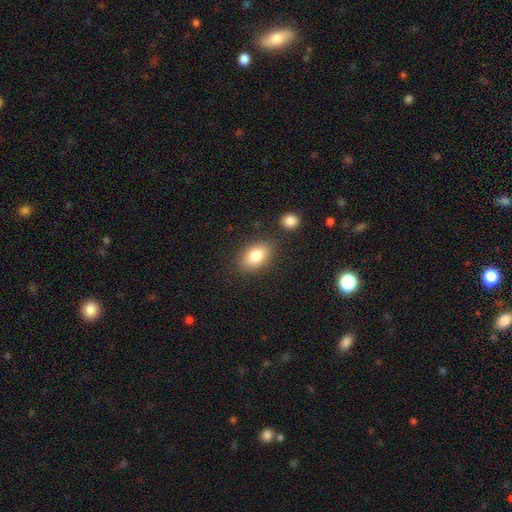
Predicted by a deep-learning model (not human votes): The model was most divided on "merging": none: 81%, minor disturbance: 11%, merger: 5%, major disturbance: 3%. More confident: how rounded — in between (87%); smooth or featured — smooth (81%).